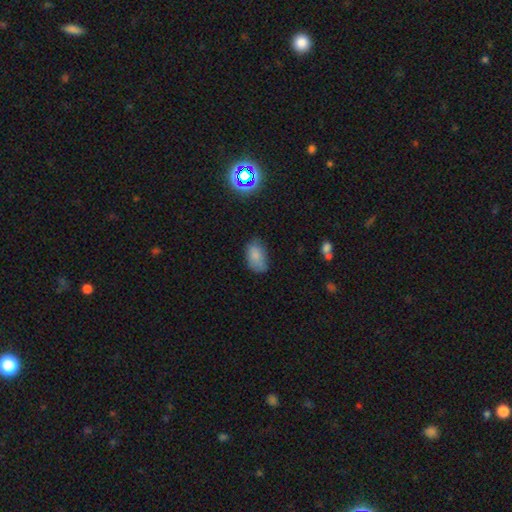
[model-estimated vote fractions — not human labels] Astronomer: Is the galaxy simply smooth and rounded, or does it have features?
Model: smooth — 80%.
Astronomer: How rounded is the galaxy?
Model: in between — 90%.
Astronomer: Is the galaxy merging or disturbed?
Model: none — 63%.